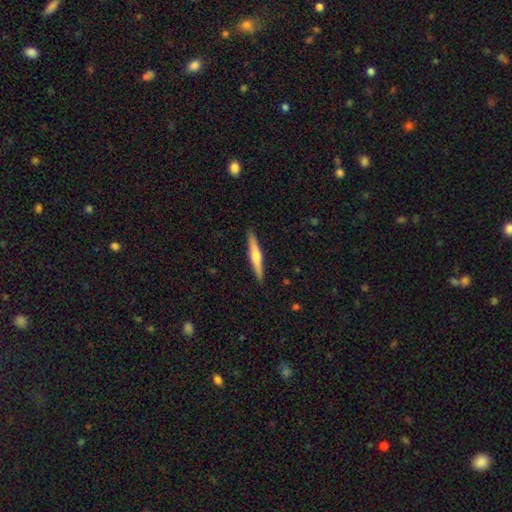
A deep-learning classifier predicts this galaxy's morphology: A featured or disk galaxy (52%) viewed edge-on (97%) with a rounded central bulge (82%).

Vote fractions:
- Smooth or featured? featured or disk: 52% / smooth: 42% / star or artifact: 5%
- Edge-on disk? yes: 97% / no: 3%
- Edge-on bulge? rounded: 82% / none: 11% / boxy: 7%
- Merging? none: 91% / minor disturbance: 7% / major disturbance: 1% / merger: 1%